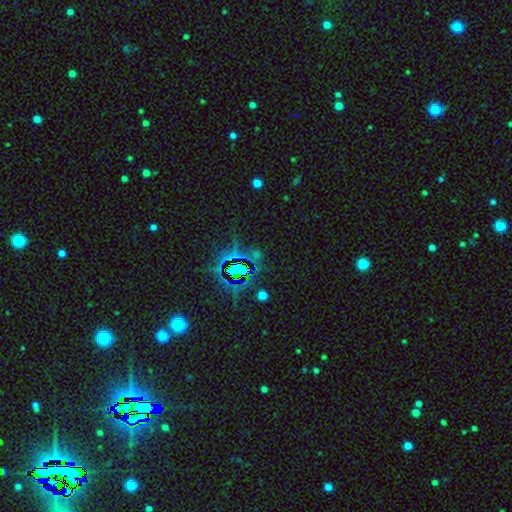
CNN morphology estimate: A star or artifact, not a galaxy (75%).

Vote fractions:
- Smooth or featured? star or artifact: 75% / smooth: 15% / featured or disk: 9%